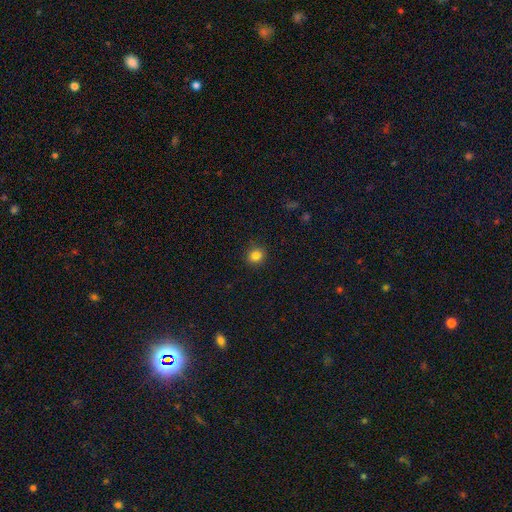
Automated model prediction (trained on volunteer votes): Overall: smooth (84%). How rounded: round (82%). Merging: none (89%).